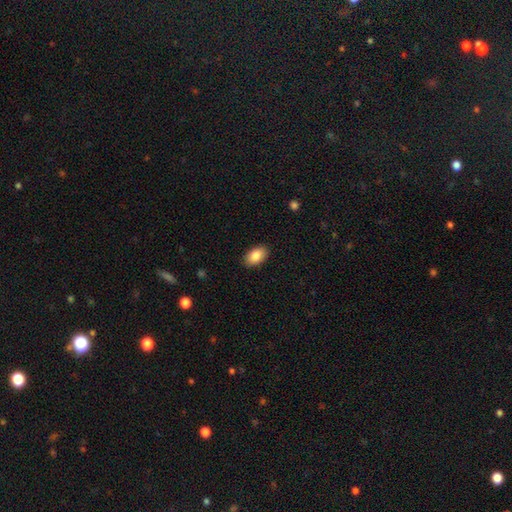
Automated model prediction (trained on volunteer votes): This is clearly a smooth galaxy (85%). How rounded: clearly in between (92%). Merging: clearly none (89%).